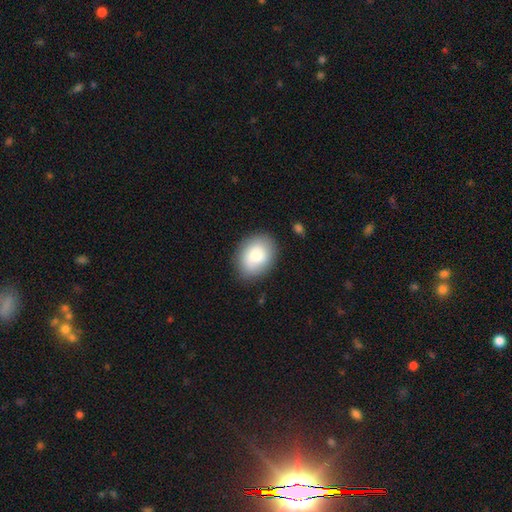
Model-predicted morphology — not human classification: smooth_or_featured: smooth (p=0.80) [alt: featured or disk p=0.13]
how_rounded: in between (p=0.57) [alt: round p=0.42]
merging: none (p=0.81) [alt: minor disturbance p=0.13]